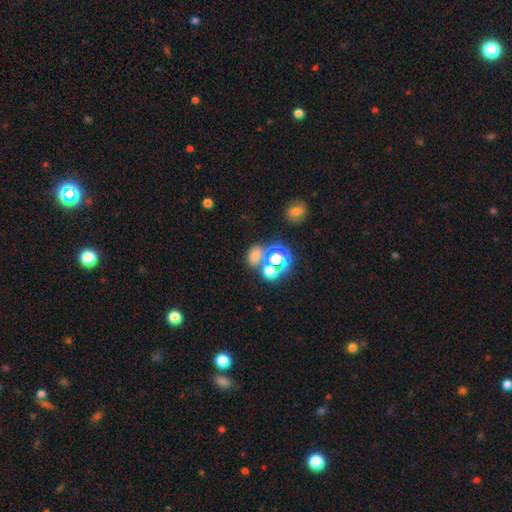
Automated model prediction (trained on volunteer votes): Smooth or featured? smooth (61%)
How rounded? in between (63%)
Merging? none (58%)